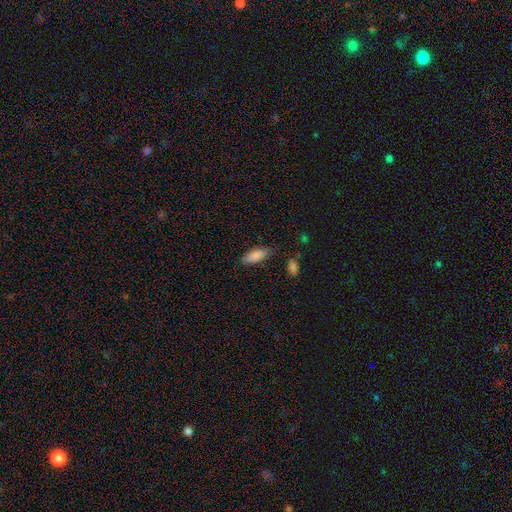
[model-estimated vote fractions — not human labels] smooth_or_featured: smooth (p=0.86) [alt: featured or disk p=0.07]
how_rounded: in between (p=0.75) [alt: cigar-shaped p=0.23]
merging: none (p=0.76) [alt: minor disturbance p=0.18]